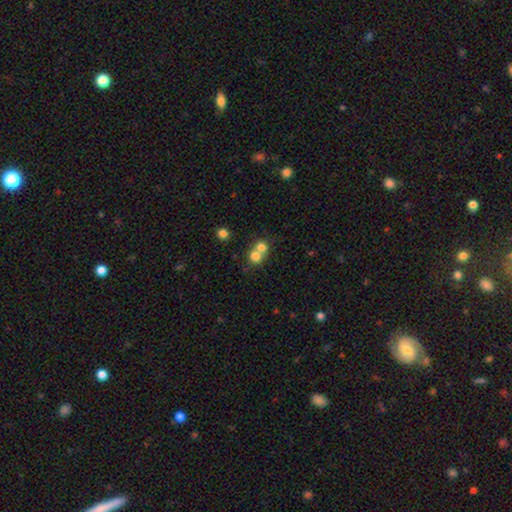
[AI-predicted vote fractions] A smooth galaxy with no disk features (75%) that is round (81%). Merging: merger (62%).